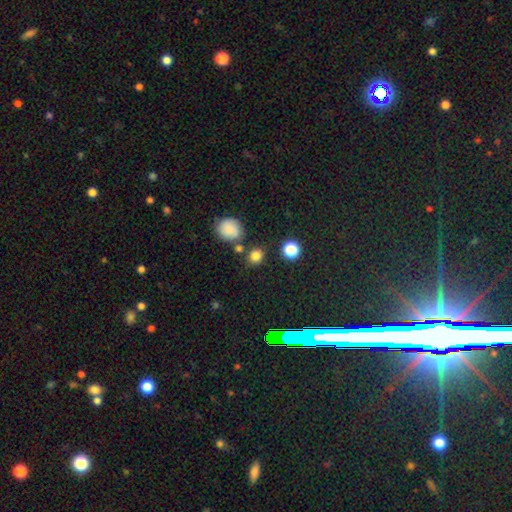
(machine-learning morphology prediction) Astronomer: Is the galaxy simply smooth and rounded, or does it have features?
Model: smooth — 79%.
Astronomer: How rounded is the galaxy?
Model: round — 80%.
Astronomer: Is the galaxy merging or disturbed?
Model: none — 76%.